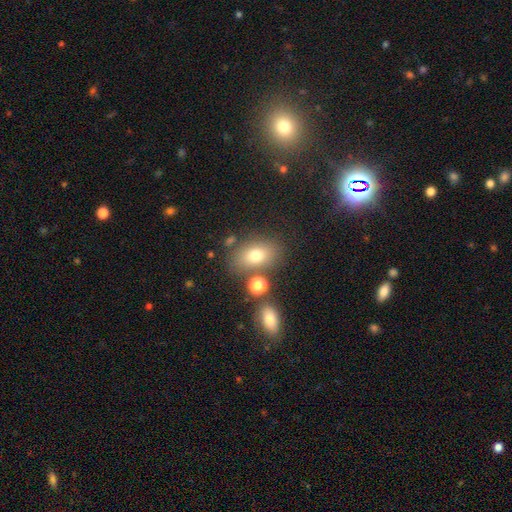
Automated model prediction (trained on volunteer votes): Smooth or featured?
  - smooth: 74% *
  - featured or disk: 14%
  - star or artifact: 12%
How rounded?
  - in between: 78% *
  - round: 20%
  - cigar-shaped: 2%
Merging?
  - none: 71% *
  - minor disturbance: 13%
  - merger: 11%
  - major disturbance: 5%